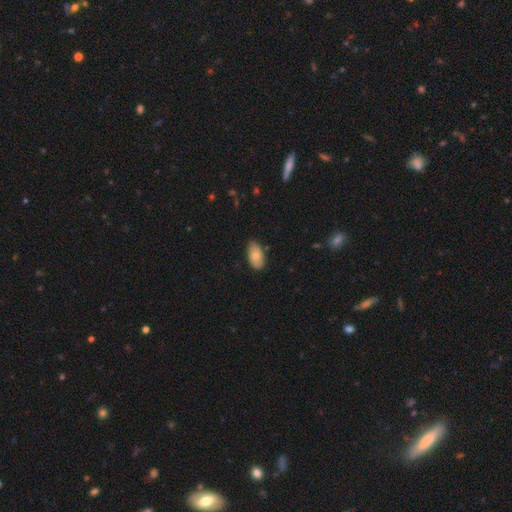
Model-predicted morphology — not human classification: This is likely a smooth galaxy (76%). How rounded: clearly in between (94%). Merging: clearly none (80%).